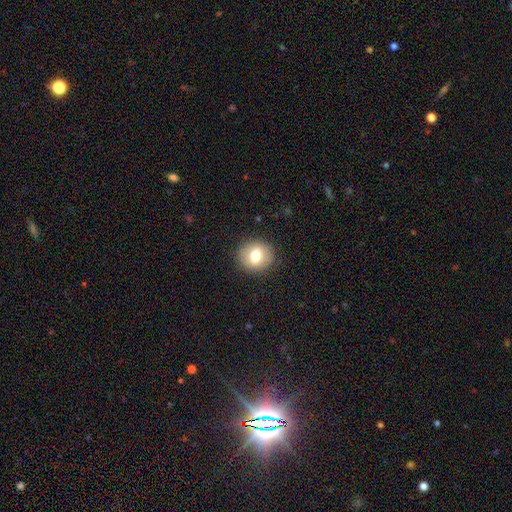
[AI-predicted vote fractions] smooth-or-featured: smooth: 75% | featured or disk: 17% | star or artifact: 9%
  how-rounded: round: 80% | in between: 19% | cigar-shaped: 1%
  merging: none: 89% | minor disturbance: 7% | major disturbance: 2% | merger: 1%